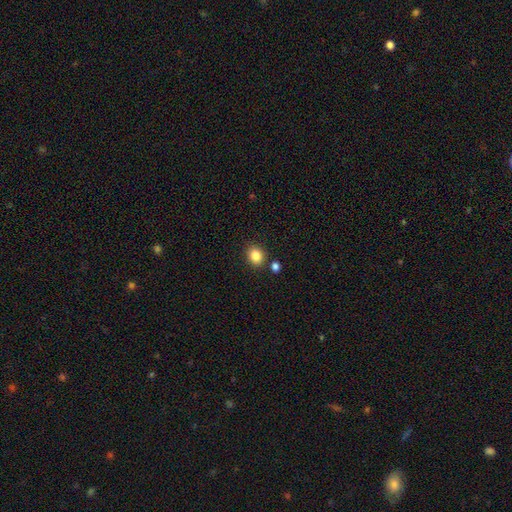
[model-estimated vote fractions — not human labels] A smooth galaxy with no disk features (84%) that is round (59%).

Vote fractions:
- Smooth or featured? smooth: 84% / star or artifact: 10% / featured or disk: 5%
- How rounded? round: 59% / in between: 40% / cigar-shaped: 1%
- Merging? none: 82% / minor disturbance: 9% / merger: 6% / major disturbance: 2%